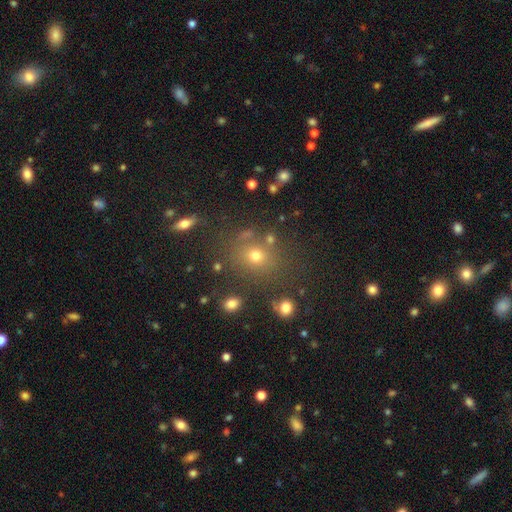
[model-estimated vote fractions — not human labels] The model was most divided on "smooth or featured": smooth: 63%, star or artifact: 23%, featured or disk: 13%. More confident: merging — none (75%); how rounded — round (70%).